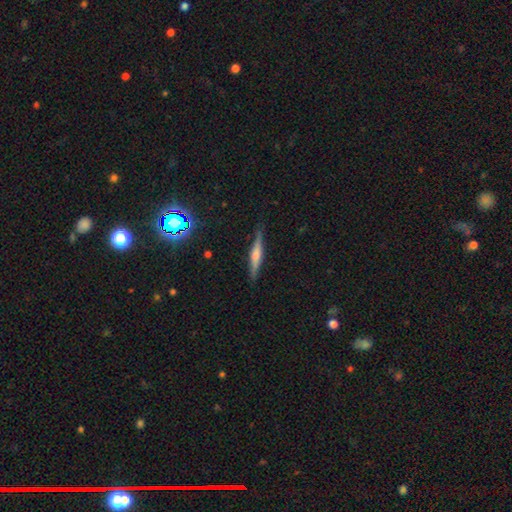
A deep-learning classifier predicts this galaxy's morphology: A featured or disk galaxy (59%) viewed edge-on (97%) with a rounded central bulge (72%). Merging: none (87%).